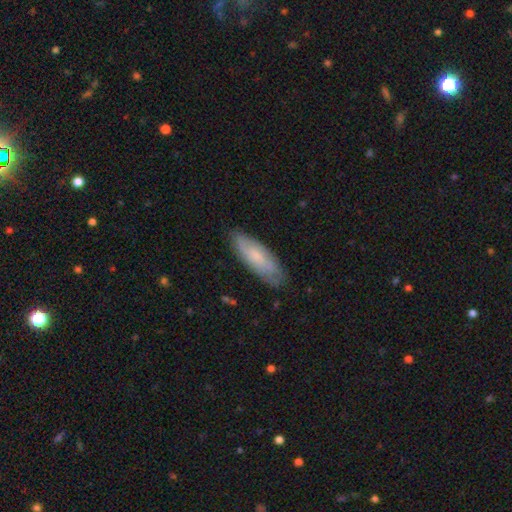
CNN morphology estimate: A smooth galaxy with no disk features (60%) that is in between round and cigar-shaped (58%).

Vote fractions:
- Smooth or featured? smooth: 60% / featured or disk: 34% / star or artifact: 7%
- How rounded? in between: 58% / cigar-shaped: 40% / round: 2%
- Merging? none: 81% / minor disturbance: 15% / major disturbance: 3% / merger: 1%